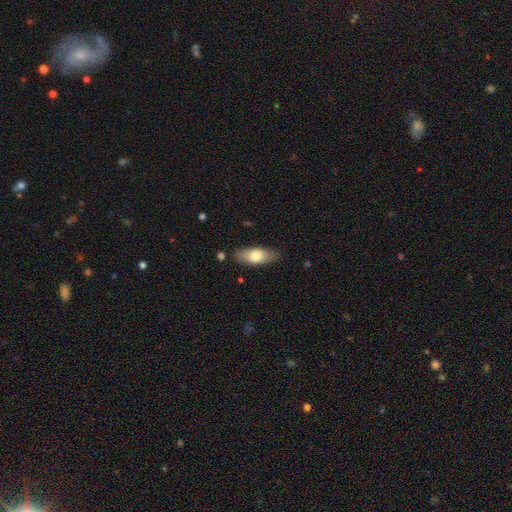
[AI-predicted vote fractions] A smooth galaxy with no disk features (72%) that is in between round and cigar-shaped (76%). Merging: none (83%).